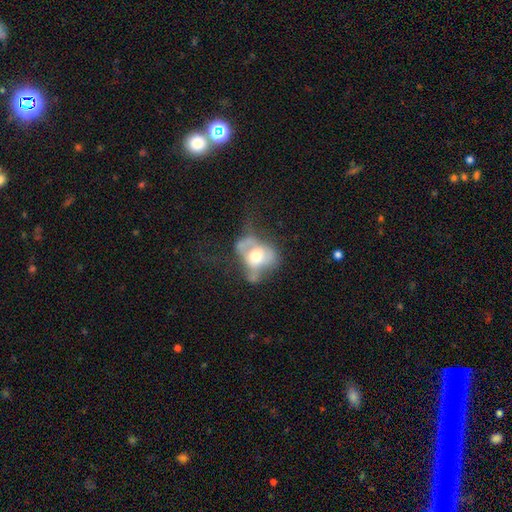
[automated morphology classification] Smooth or featured? Predicted: featured or disk (p=0.49). Merging? Predicted: major disturbance (p=0.45).